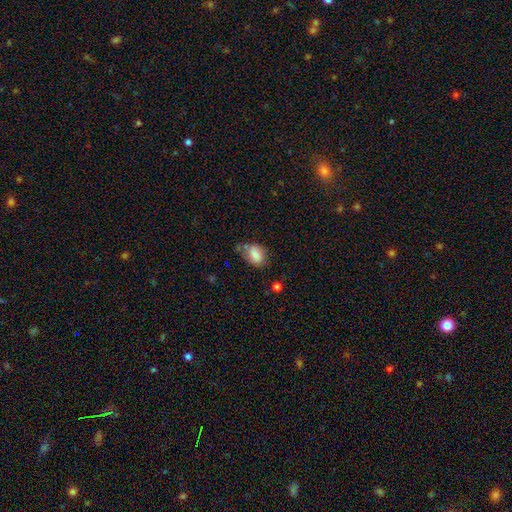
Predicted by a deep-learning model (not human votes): Q: Smooth or featured?
A: smooth (81%); runner-up: featured or disk (10%)
Q: How rounded?
A: in between (78%); runner-up: round (20%)
Q: Merging?
A: none (54%); runner-up: minor disturbance (30%)